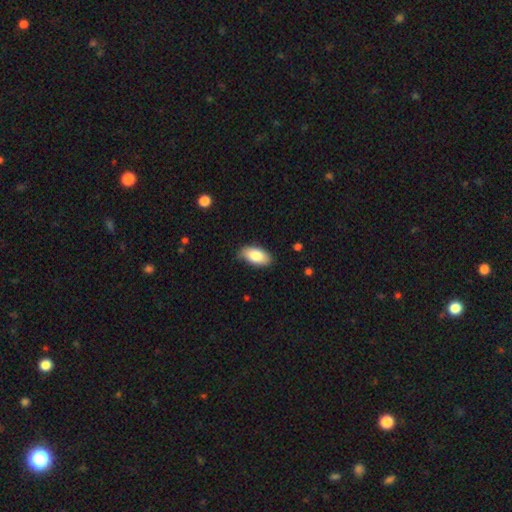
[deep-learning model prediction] This is clearly a smooth galaxy (84%). How rounded: clearly in between (93%). Merging: likely none (80%).